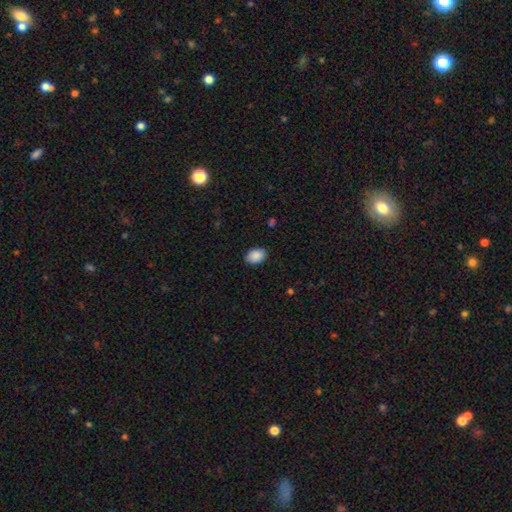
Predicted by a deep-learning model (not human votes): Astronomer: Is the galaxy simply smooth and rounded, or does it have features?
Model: smooth — 89%.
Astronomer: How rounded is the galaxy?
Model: in between — 80%.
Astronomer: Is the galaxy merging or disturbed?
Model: none — 87%.